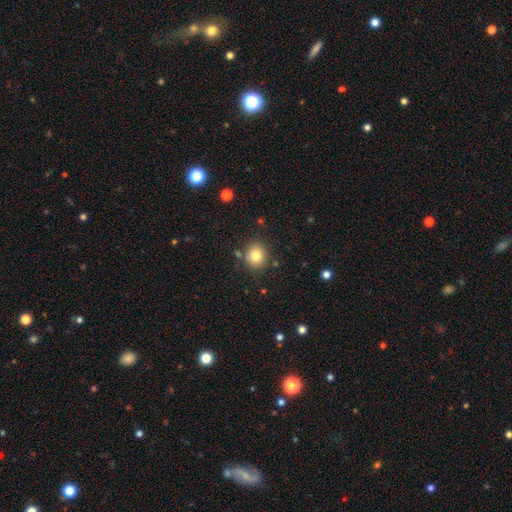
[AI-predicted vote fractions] Overall: smooth (80%). How rounded: round (78%). Merging: none (82%).